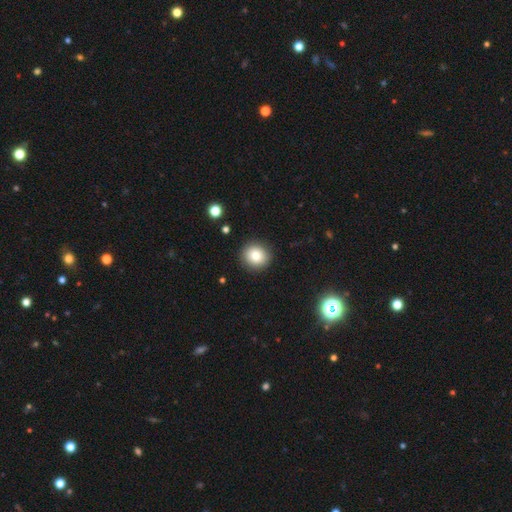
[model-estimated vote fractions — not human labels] Smooth or featured: smooth — 80% (star or artifact — 11%)
How rounded: round — 89% (in between — 10%)
Merging: none — 90% (minor disturbance — 6%)